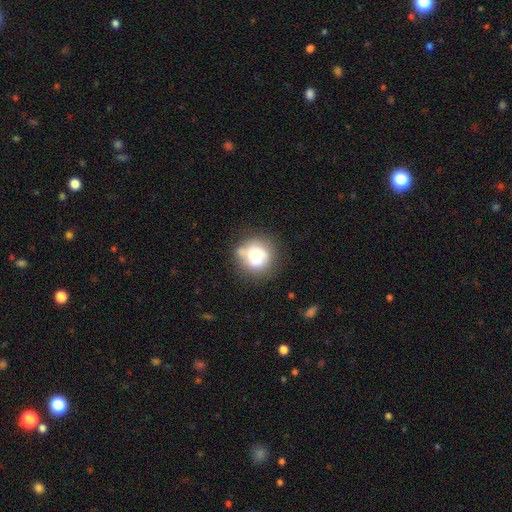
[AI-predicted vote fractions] smooth-or-featured: smooth: 66% | featured or disk: 25% | star or artifact: 10%
  how-rounded: round: 87% | in between: 12% | cigar-shaped: 1%
  merging: none: 57% | minor disturbance: 23% | merger: 11% | major disturbance: 9%